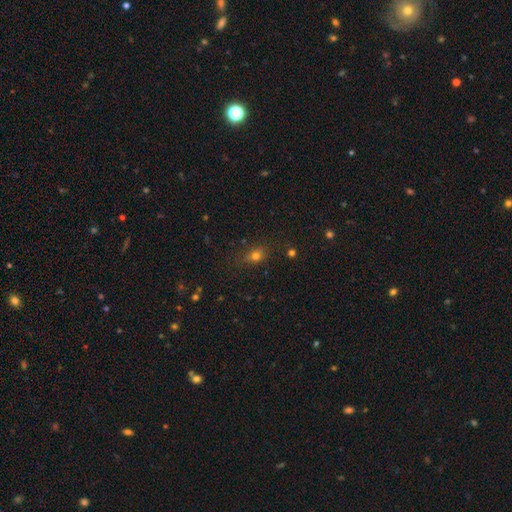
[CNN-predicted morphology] smooth_or_featured: smooth (p=0.72) [alt: star or artifact p=0.18]
how_rounded: in between (p=0.52) [alt: round p=0.43]
merging: none (p=0.74) [alt: minor disturbance p=0.18]